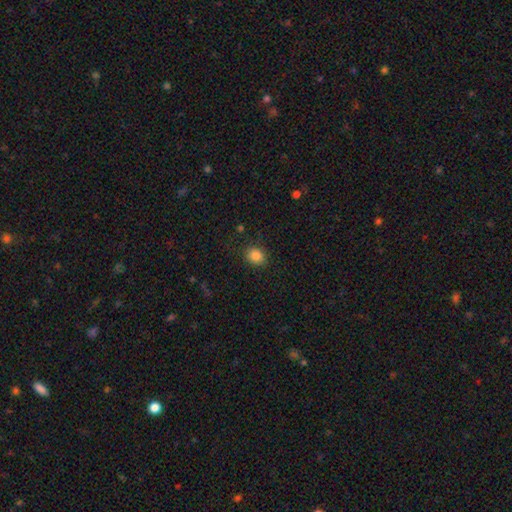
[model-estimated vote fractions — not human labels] Smooth or featured?
  - smooth: 85% *
  - star or artifact: 11%
  - featured or disk: 4%
How rounded?
  - round: 64% *
  - in between: 35%
  - cigar-shaped: 1%
Merging?
  - none: 86% *
  - minor disturbance: 10%
  - major disturbance: 3%
  - merger: 1%